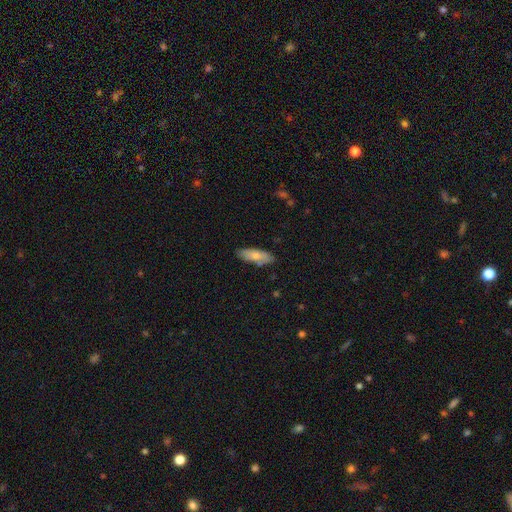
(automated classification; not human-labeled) Smooth or featured? smooth (72%)
How rounded? in between (65%)
Merging? none (80%)